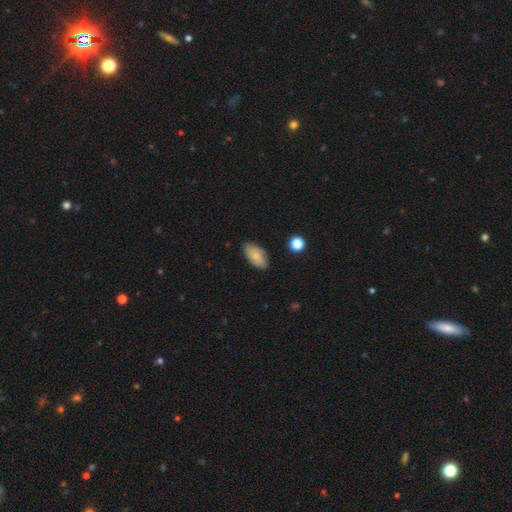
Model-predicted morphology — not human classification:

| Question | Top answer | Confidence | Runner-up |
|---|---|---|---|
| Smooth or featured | smooth | 74% | featured or disk (18%) |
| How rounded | in between | 93% | round (4%) |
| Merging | none | 79% | minor disturbance (16%) |